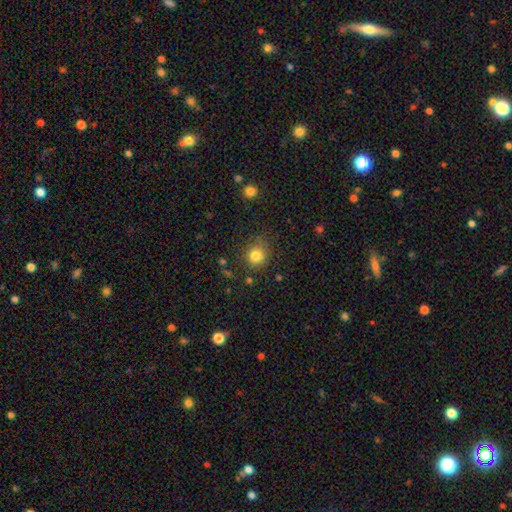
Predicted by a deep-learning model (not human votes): A smooth galaxy with no disk features (81%) that is round (79%).

Vote fractions:
- Smooth or featured? smooth: 81% / star or artifact: 12% / featured or disk: 6%
- How rounded? round: 79% / in between: 20% / cigar-shaped: 1%
- Merging? none: 75% / minor disturbance: 16% / major disturbance: 5% / merger: 4%